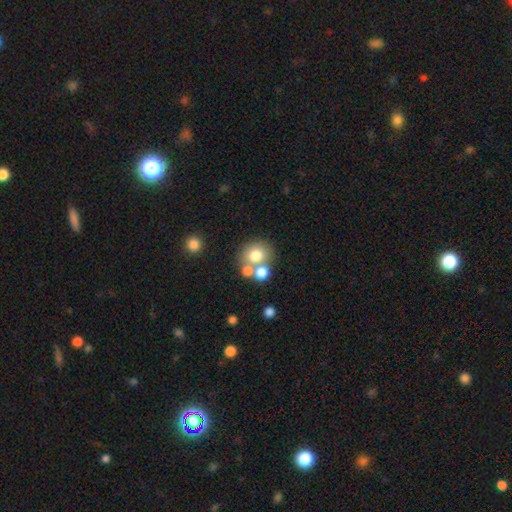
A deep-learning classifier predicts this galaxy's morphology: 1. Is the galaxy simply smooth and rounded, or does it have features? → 71% smooth, 16% featured or disk, 13% star or artifact.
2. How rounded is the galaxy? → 78% round, 21% in between, 1% cigar-shaped.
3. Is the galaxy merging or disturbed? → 52% none, 35% merger, 9% minor disturbance, 4% major disturbance.